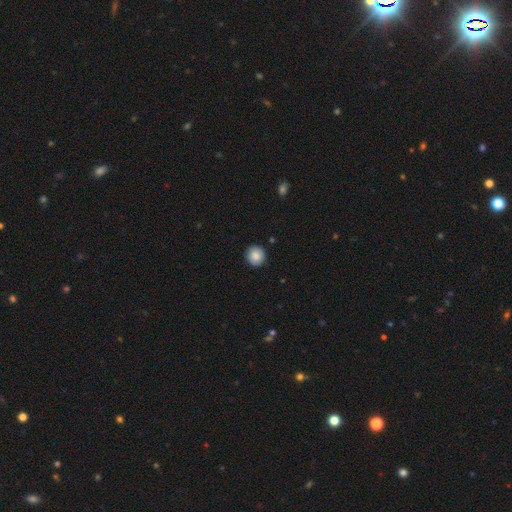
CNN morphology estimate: Overall: smooth (87%). How rounded: round (93%). Merging: none (91%).